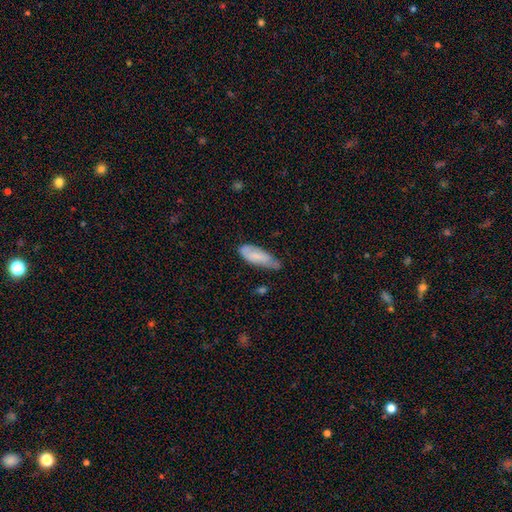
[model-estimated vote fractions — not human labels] The model was most divided on "merging": none: 44%, minor disturbance: 42%, major disturbance: 11%, merger: 3%. More confident: smooth or featured — smooth (71%); how rounded — in between (66%).